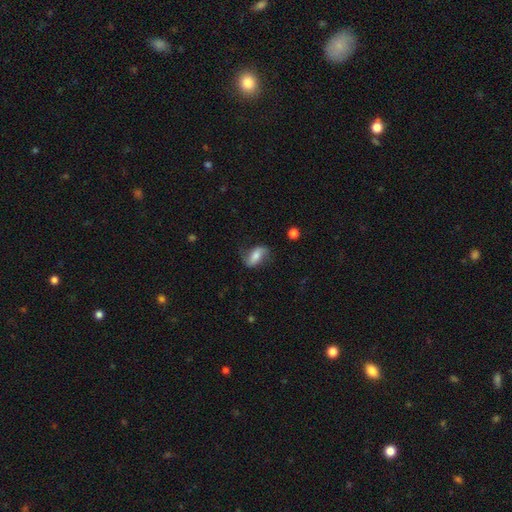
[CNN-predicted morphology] A featured or disk galaxy (50%). Merging: none (65%).